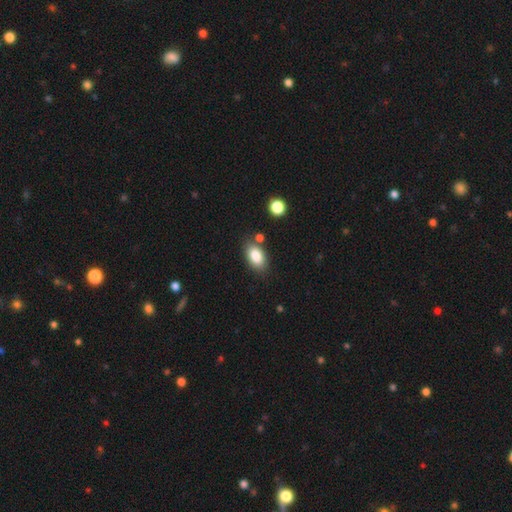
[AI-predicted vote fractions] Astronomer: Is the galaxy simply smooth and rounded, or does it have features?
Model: smooth — 84%.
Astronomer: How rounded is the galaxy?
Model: in between — 90%.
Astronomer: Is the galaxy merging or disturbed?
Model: none — 75%.